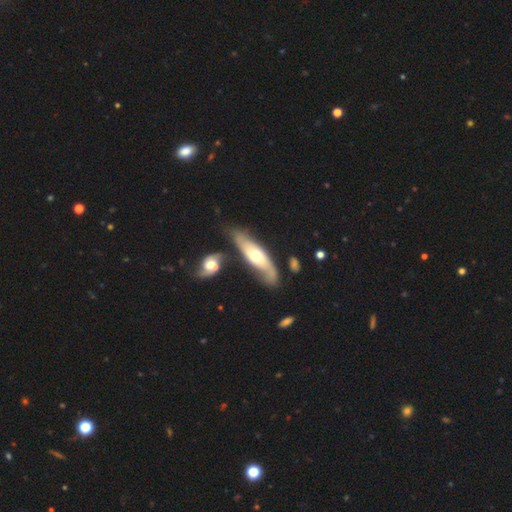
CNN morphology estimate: Smooth or featured? featured or disk (55%)
Edge-on disk? no (59%)
Merging? none (56%)